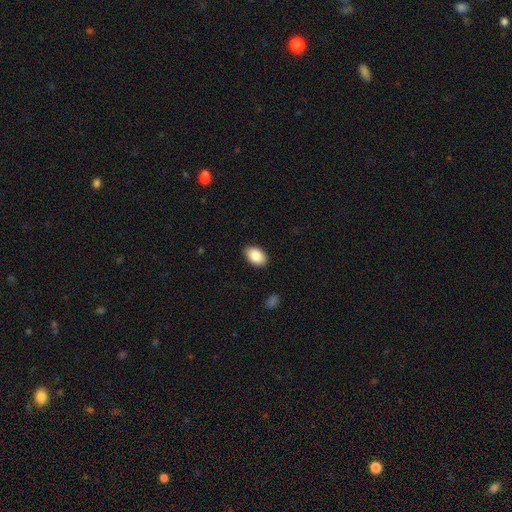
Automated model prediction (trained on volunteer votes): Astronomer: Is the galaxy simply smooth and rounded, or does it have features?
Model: smooth — 87%.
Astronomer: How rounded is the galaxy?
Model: in between — 89%.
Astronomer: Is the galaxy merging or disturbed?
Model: none — 89%.